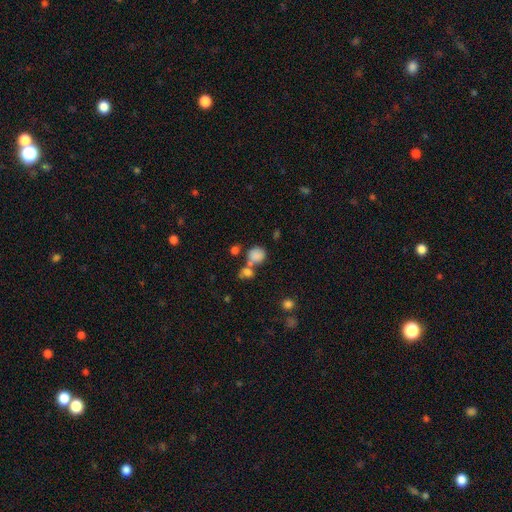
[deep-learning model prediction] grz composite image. It shows a smooth galaxy with no disk features (81%) that is round (71%). Merging: none (46%).